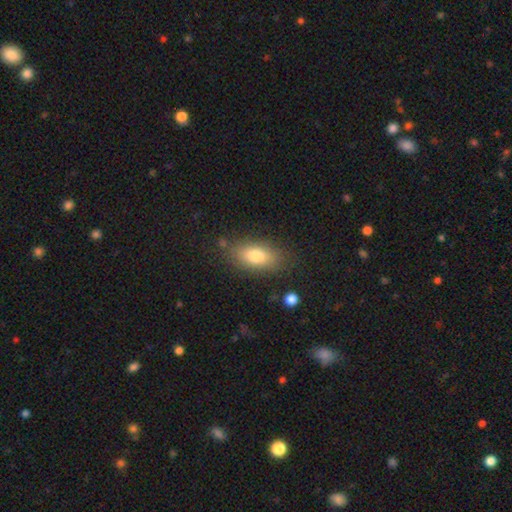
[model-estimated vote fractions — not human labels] The model was most divided on "smooth or featured": smooth: 80%, featured or disk: 12%, star or artifact: 8%. More confident: how rounded — in between (86%); merging — none (81%).